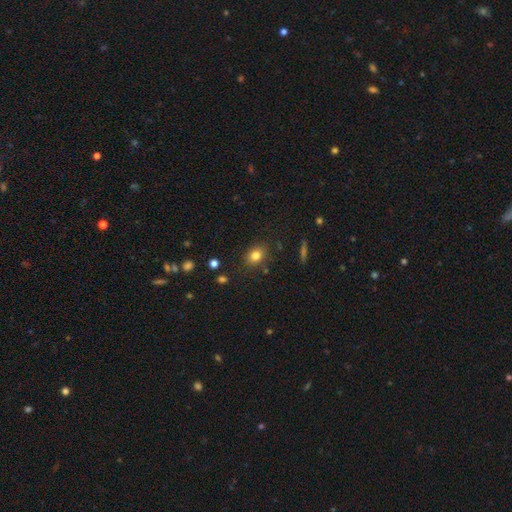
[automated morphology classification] Smooth or featured? Predicted: smooth (p=0.80). How rounded? Predicted: round (p=0.50). Merging? Predicted: none (p=0.83).